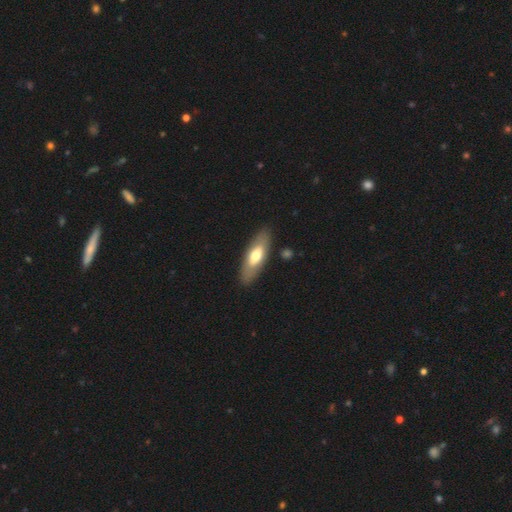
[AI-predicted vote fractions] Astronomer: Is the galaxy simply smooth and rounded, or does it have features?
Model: smooth — 59% (runner-up: featured or disk, 36%).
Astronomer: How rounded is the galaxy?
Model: in between — 63%.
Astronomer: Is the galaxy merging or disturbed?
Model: none — 86%.